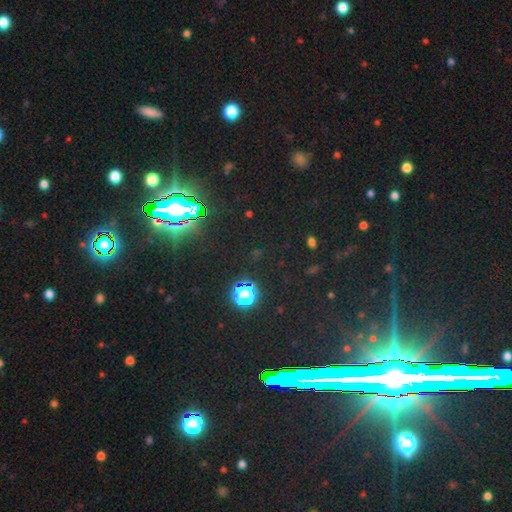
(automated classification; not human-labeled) A star or artifact, not a galaxy (80%).

Vote fractions:
- Smooth or featured? star or artifact: 80% / smooth: 12% / featured or disk: 8%